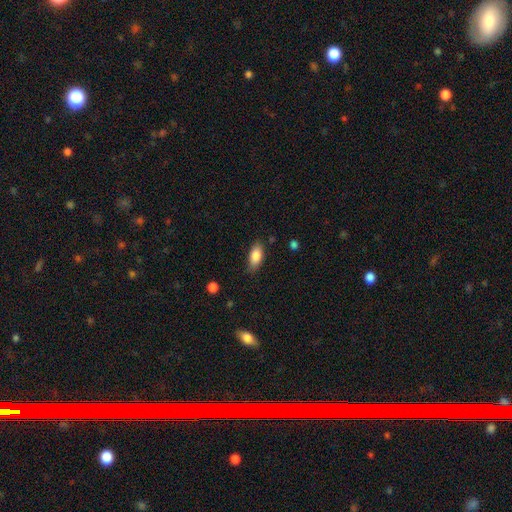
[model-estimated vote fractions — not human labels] smooth_or_featured: smooth (p=0.85) [alt: featured or disk p=0.08]
how_rounded: in between (p=0.88) [alt: cigar-shaped p=0.09]
merging: none (p=0.81) [alt: minor disturbance p=0.15]